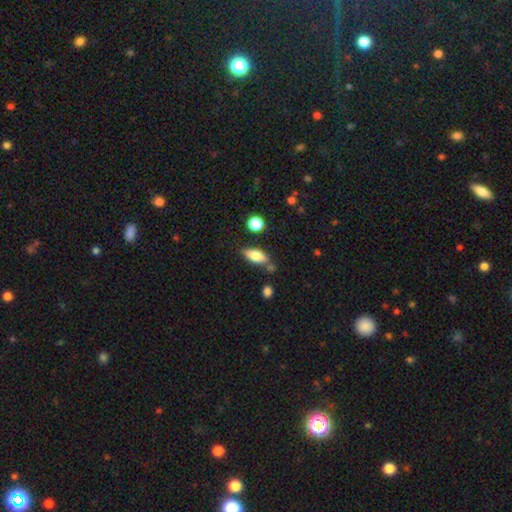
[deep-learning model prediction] A smooth galaxy with no disk features (75%) that is in between round and cigar-shaped (76%).

Vote fractions:
- Smooth or featured? smooth: 75% / featured or disk: 18% / star or artifact: 7%
- How rounded? in between: 76% / cigar-shaped: 21% / round: 4%
- Merging? none: 67% / minor disturbance: 18% / merger: 9% / major disturbance: 5%